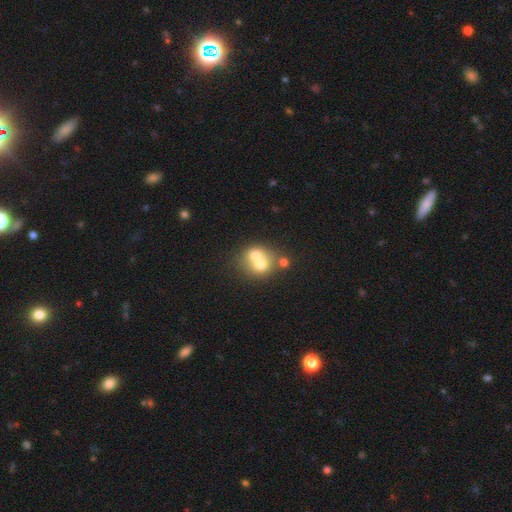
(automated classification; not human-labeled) smooth 64%, featured or disk 25%, star or artifact 11%. Down the decision tree: how rounded — round (70%); merging — merger (66%).